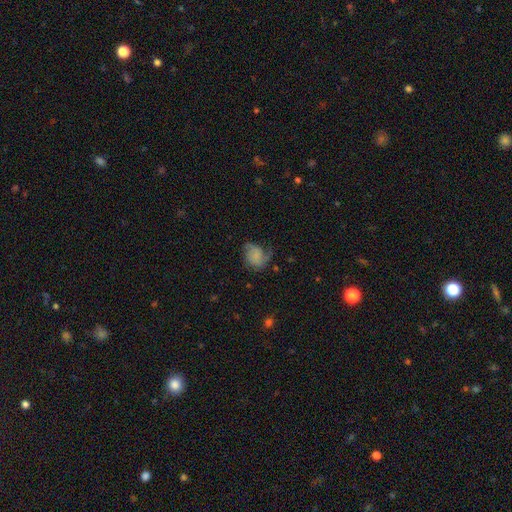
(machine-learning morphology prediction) type=featured or disk (50%); merging=none (45%).